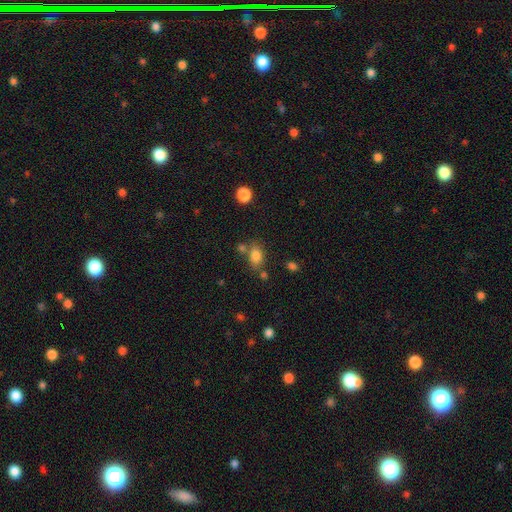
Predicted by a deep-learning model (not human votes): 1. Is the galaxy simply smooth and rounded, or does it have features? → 81% smooth, 11% star or artifact, 8% featured or disk.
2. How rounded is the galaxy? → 77% in between, 22% round, 2% cigar-shaped.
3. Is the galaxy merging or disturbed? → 62% none, 18% merger, 15% minor disturbance, 5% major disturbance.